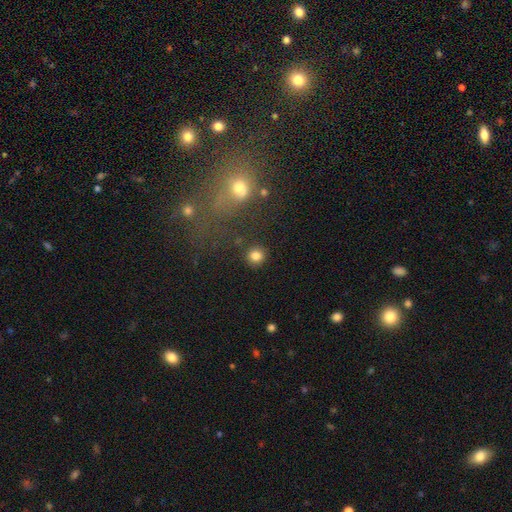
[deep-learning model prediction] Smooth or featured?
  - smooth: 82% *
  - star or artifact: 13%
  - featured or disk: 5%
How rounded?
  - round: 92% *
  - in between: 7%
  - cigar-shaped: 1%
Merging?
  - none: 89% *
  - minor disturbance: 6%
  - merger: 3%
  - major disturbance: 3%